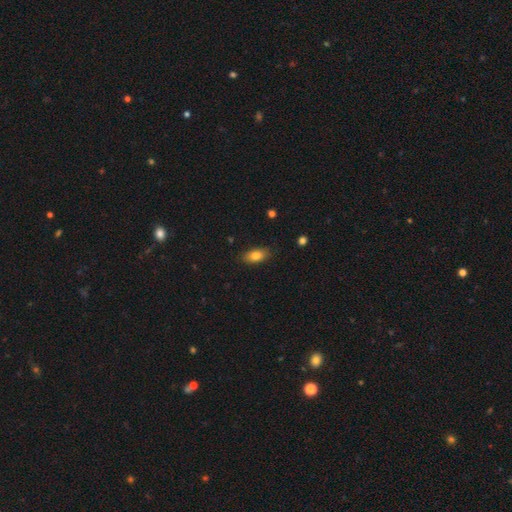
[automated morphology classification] Smooth or featured? smooth (81%)
How rounded? in between (88%)
Merging? none (85%)